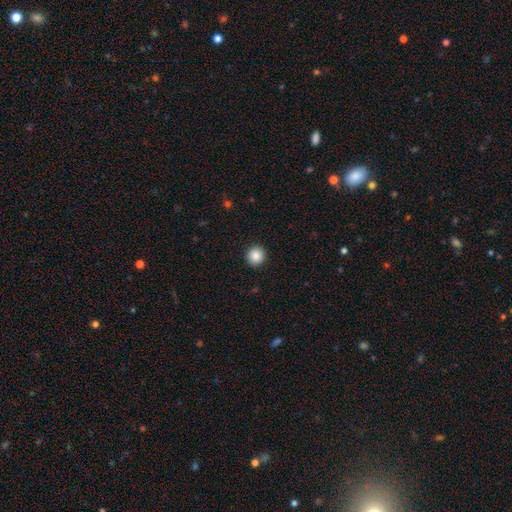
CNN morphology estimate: Smooth or featured: smooth — 88% (star or artifact — 9%)
How rounded: round — 95% (in between — 4%)
Merging: none — 93% (minor disturbance — 5%)